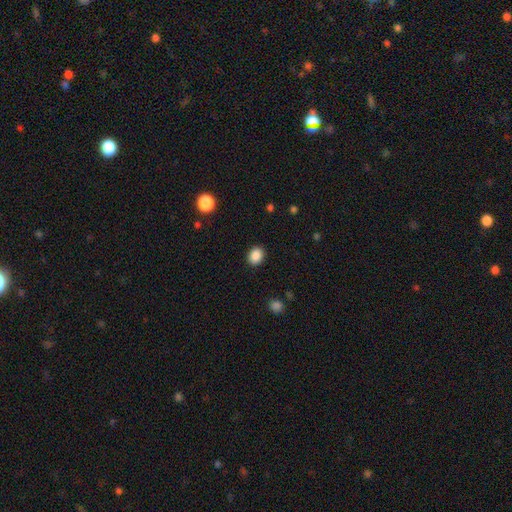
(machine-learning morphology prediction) Smooth or featured?
  - smooth: 88% *
  - star or artifact: 9%
  - featured or disk: 3%
How rounded?
  - in between: 53% *
  - round: 46%
  - cigar-shaped: 1%
Merging?
  - none: 90% *
  - minor disturbance: 7%
  - major disturbance: 2%
  - merger: 1%